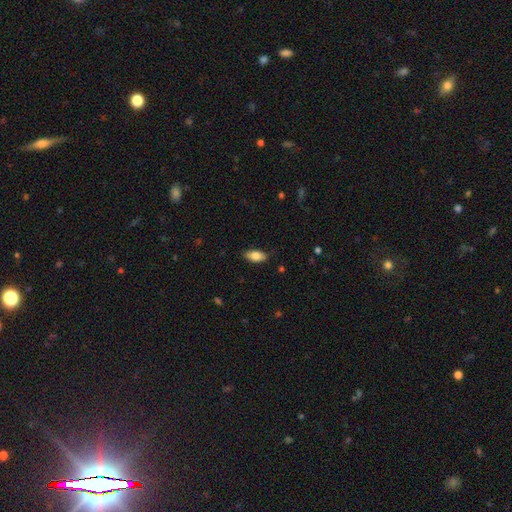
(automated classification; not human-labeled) This is clearly a smooth galaxy (81%). How rounded: clearly in between (88%). Merging: clearly none (85%).